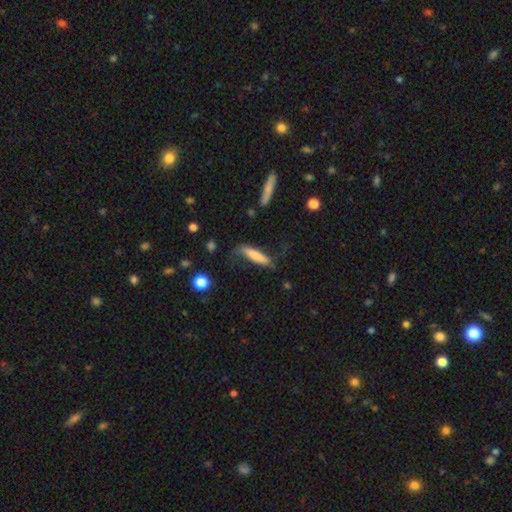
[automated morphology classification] smooth_or_featured: smooth (p=0.66) [alt: featured or disk p=0.27]
how_rounded: cigar-shaped (p=0.75) [alt: in between p=0.22]
merging: none (p=0.39) [alt: major disturbance p=0.28]